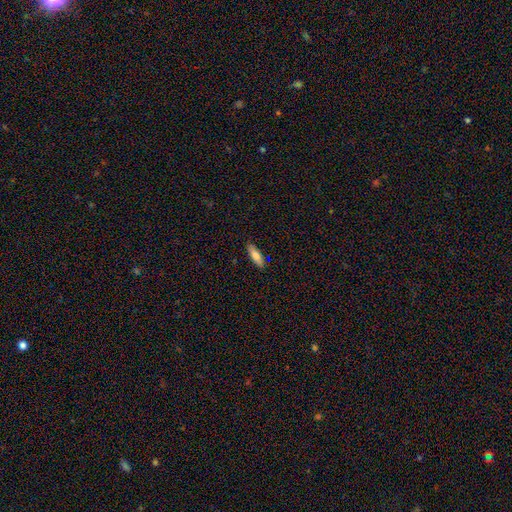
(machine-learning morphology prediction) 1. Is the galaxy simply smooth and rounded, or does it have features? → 73% smooth, 21% featured or disk, 6% star or artifact.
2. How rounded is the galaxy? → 49% cigar-shaped, 48% in between, 2% round.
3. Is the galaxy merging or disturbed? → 88% none, 9% minor disturbance, 2% major disturbance, 1% merger.